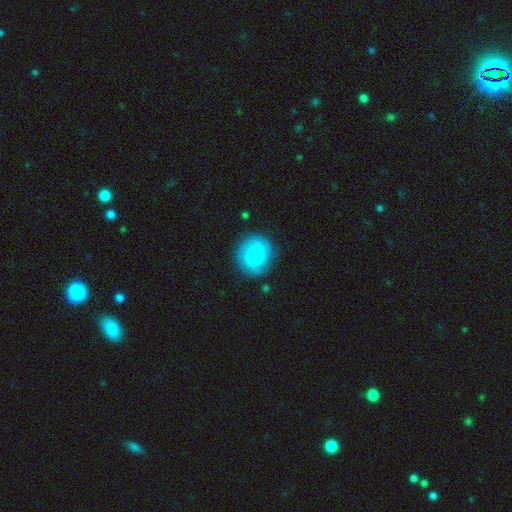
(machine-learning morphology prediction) Smooth or featured? Predicted: smooth (p=0.53). How rounded? Predicted: round (p=0.90). Merging? Predicted: none (p=0.80).